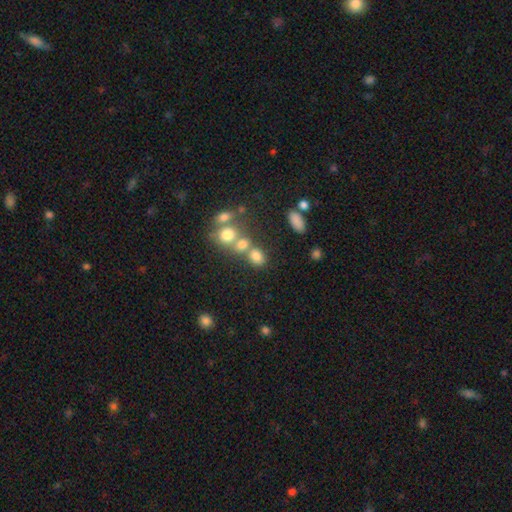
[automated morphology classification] Smooth or featured?
  - smooth: 73% *
  - star or artifact: 15%
  - featured or disk: 12%
How rounded?
  - round: 52% *
  - in between: 46%
  - cigar-shaped: 2%
Merging?
  - none: 43% *
  - merger: 41%
  - minor disturbance: 10%
  - major disturbance: 6%